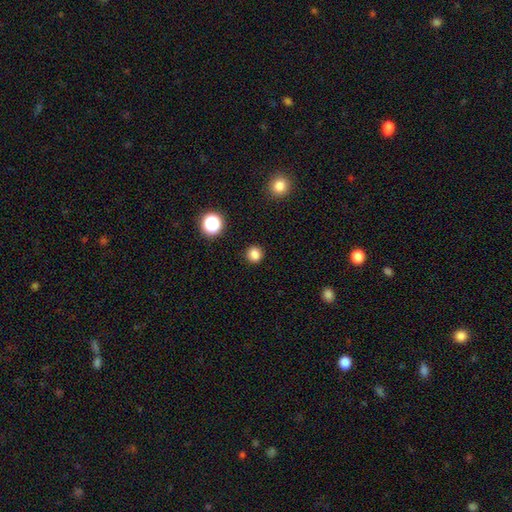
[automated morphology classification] Smooth or featured? Predicted: smooth (p=0.83). How rounded? Predicted: round (p=0.90). Merging? Predicted: none (p=0.91).